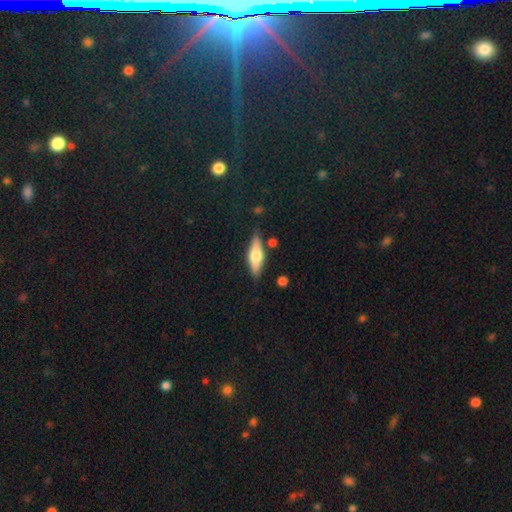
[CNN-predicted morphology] Overall: featured or disk (51%; smooth 43%). Edge-on disk: yes (92%). Merging: none (82%).